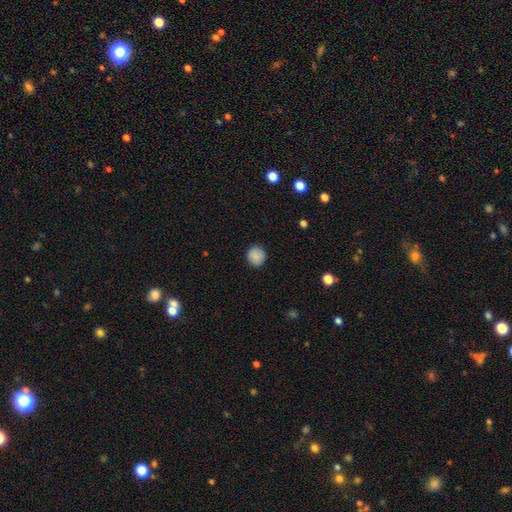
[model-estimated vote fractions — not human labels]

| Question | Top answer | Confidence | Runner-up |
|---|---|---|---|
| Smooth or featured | smooth | 87% | star or artifact (8%) |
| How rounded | round | 83% | in between (16%) |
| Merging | none | 87% | minor disturbance (10%) |